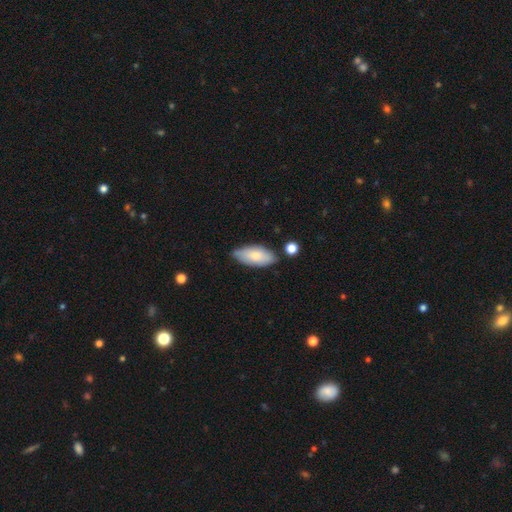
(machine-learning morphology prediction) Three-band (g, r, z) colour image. It shows a smooth galaxy with no disk features (77%) that is in between round and cigar-shaped (89%). Merging: none (71%).